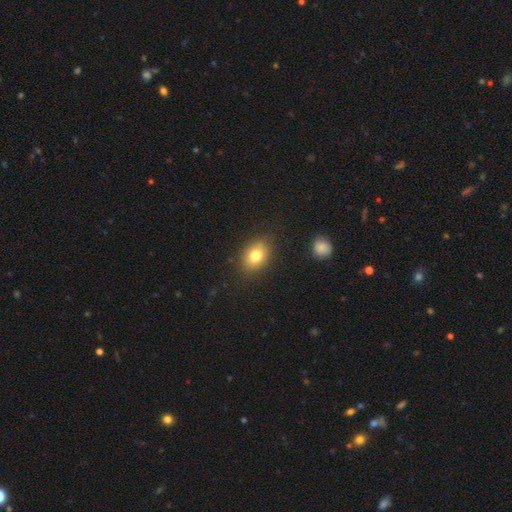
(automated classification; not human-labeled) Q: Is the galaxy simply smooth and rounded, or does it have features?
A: smooth — 79%.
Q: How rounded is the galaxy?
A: in between — 72%.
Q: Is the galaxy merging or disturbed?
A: none — 85%.